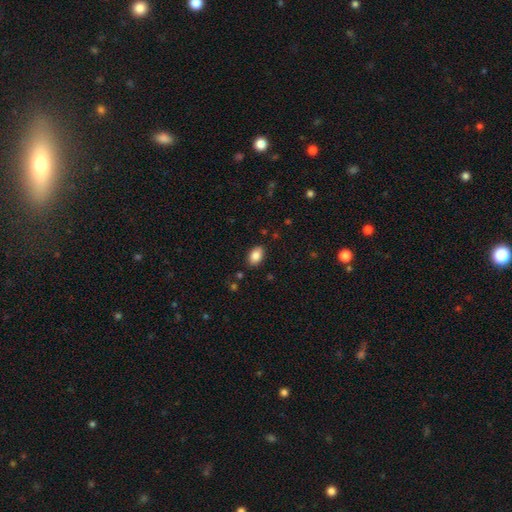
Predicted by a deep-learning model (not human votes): smooth_or_featured: smooth (p=0.87) [alt: star or artifact p=0.08]
how_rounded: in between (p=0.89) [alt: round p=0.10]
merging: none (p=0.86) [alt: minor disturbance p=0.10]